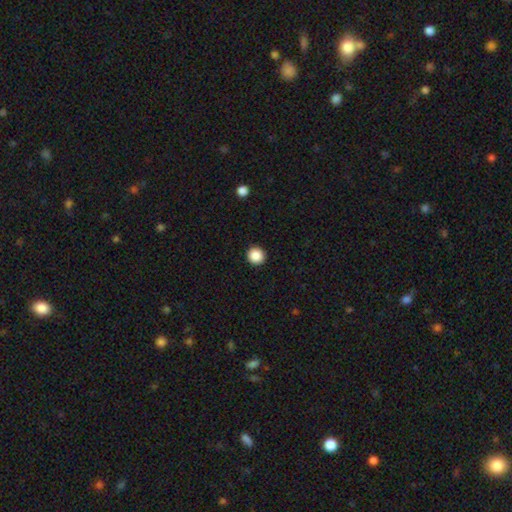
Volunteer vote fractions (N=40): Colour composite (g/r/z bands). It shows a smooth galaxy with no disk features (82%) that is round (100%). Merging: none (94%).